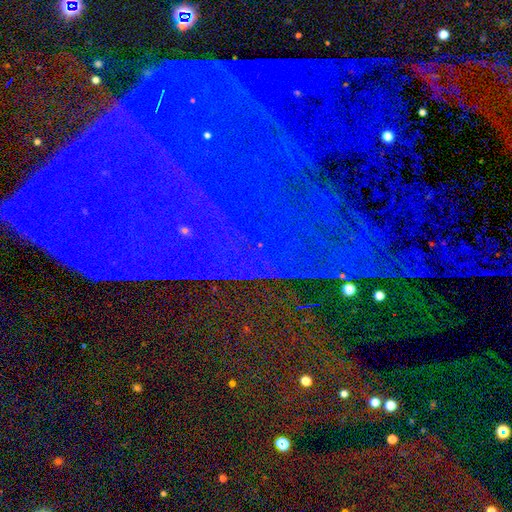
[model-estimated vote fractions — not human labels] Q: Smooth or featured?
A: star or artifact (84%); runner-up: featured or disk (8%)